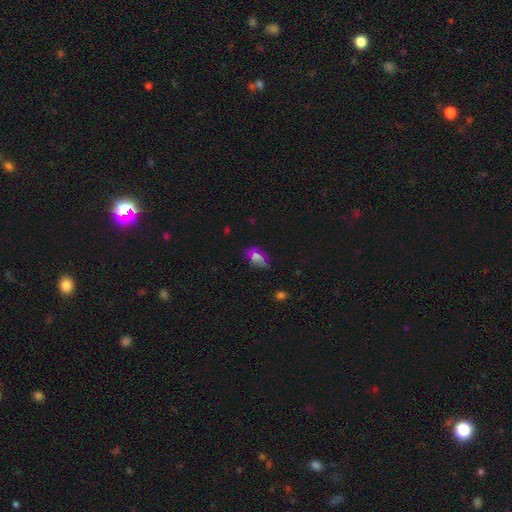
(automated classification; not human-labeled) The model was most divided on "merging": none: 55%, minor disturbance: 25%, major disturbance: 14%, merger: 5%. More confident: how rounded — in between (79%); smooth or featured — smooth (58%).